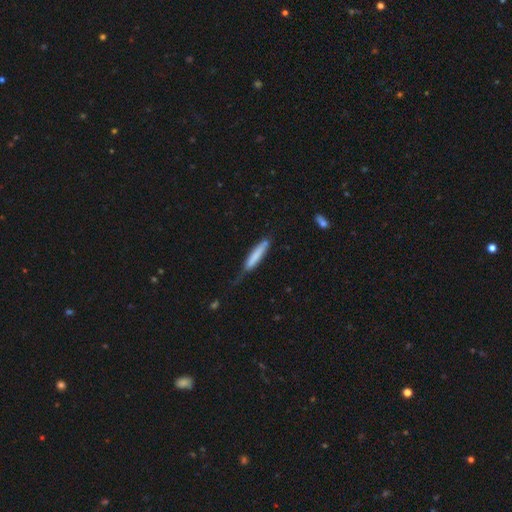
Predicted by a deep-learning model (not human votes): Smooth or featured?
  - smooth: 73% *
  - featured or disk: 22%
  - star or artifact: 6%
How rounded?
  - cigar-shaped: 90% *
  - in between: 9%
  - round: 1%
Merging?
  - none: 51% *
  - minor disturbance: 33%
  - major disturbance: 12%
  - merger: 4%